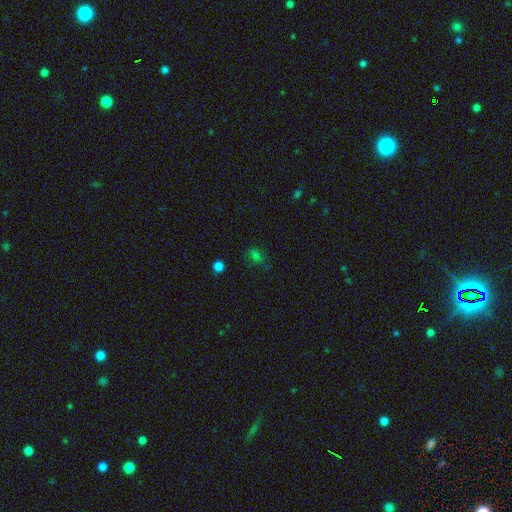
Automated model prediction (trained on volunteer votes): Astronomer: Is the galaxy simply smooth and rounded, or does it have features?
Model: smooth — 63%.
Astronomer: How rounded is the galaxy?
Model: in between — 65%.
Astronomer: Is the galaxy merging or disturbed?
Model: none — 64%.